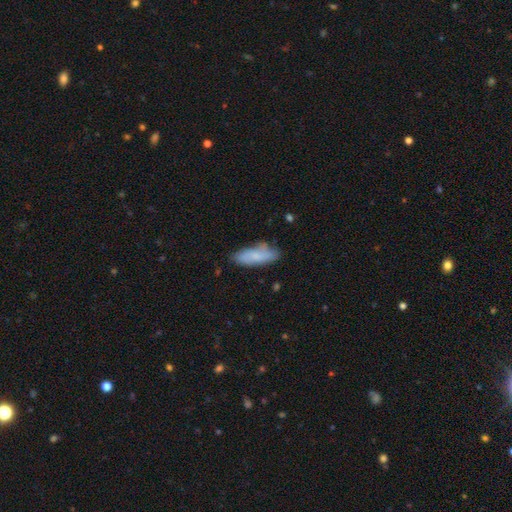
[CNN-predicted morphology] The model was most divided on "how rounded": in between: 63%, cigar-shaped: 35%, round: 2%. More confident: smooth or featured — smooth (72%); merging — none (71%).